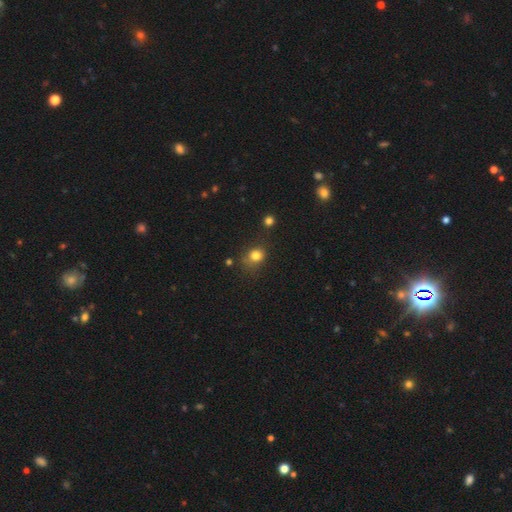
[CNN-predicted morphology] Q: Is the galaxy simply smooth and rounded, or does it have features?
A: smooth — 79%.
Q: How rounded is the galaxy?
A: round — 66%.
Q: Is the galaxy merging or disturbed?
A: none — 62%.